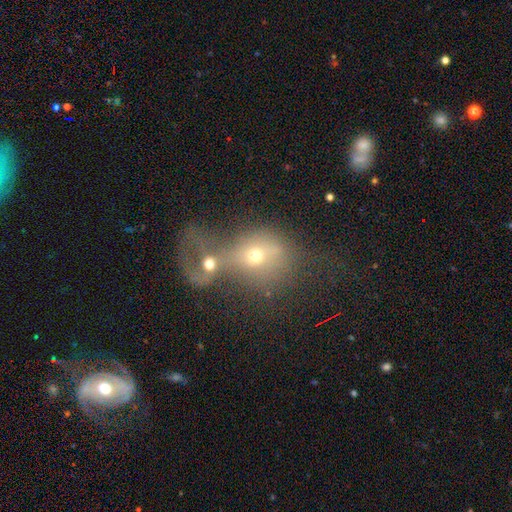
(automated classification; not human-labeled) smooth_or_featured: smooth (p=0.52) [alt: featured or disk p=0.34]
how_rounded: round (p=0.62) [alt: in between p=0.36]
merging: merger (p=0.76) [alt: major disturbance p=0.10]